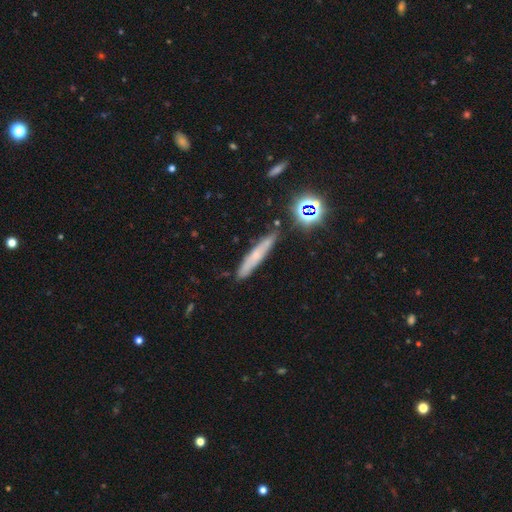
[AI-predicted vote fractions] This appears to be a smooth galaxy with no disk features (53%) that is cigar-shaped (90%). Merging: none (81%).